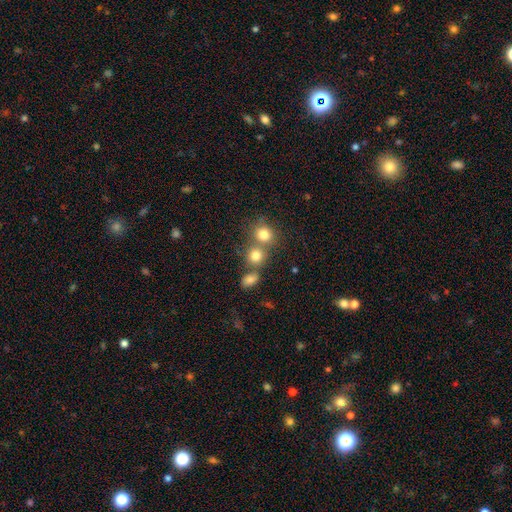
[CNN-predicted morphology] Smooth or featured?
  - smooth: 78% *
  - star or artifact: 13%
  - featured or disk: 9%
How rounded?
  - round: 81% *
  - in between: 18%
  - cigar-shaped: 1%
Merging?
  - none: 49% *
  - merger: 39%
  - minor disturbance: 8%
  - major disturbance: 4%